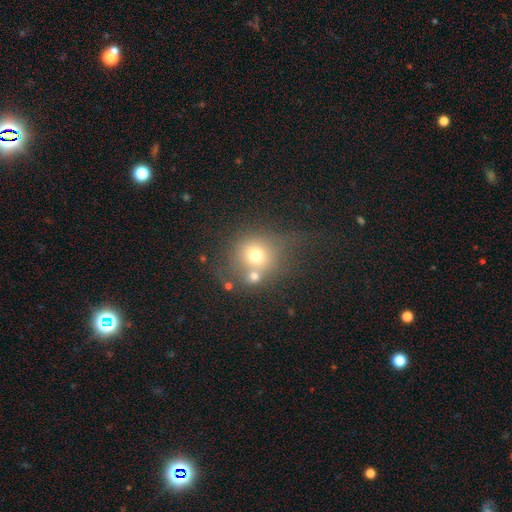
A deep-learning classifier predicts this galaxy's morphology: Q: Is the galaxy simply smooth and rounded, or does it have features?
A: smooth — 65%.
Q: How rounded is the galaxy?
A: round — 84%.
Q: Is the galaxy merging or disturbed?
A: none — 43%.